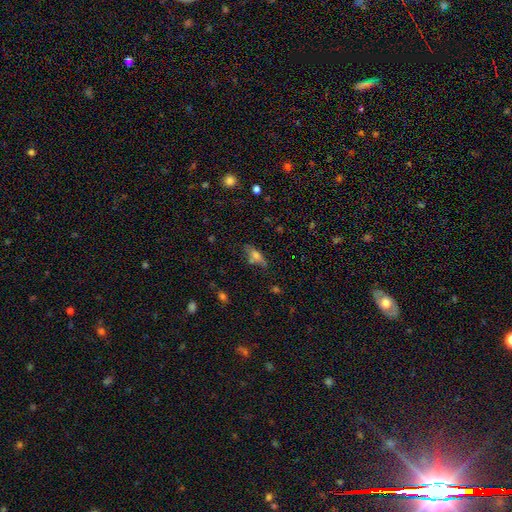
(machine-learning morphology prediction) Smooth or featured?
  - smooth: 57% *
  - featured or disk: 28%
  - star or artifact: 15%
How rounded?
  - in between: 59% *
  - cigar-shaped: 35%
  - round: 6%
Merging?
  - none: 61% *
  - minor disturbance: 19%
  - merger: 12%
  - major disturbance: 8%